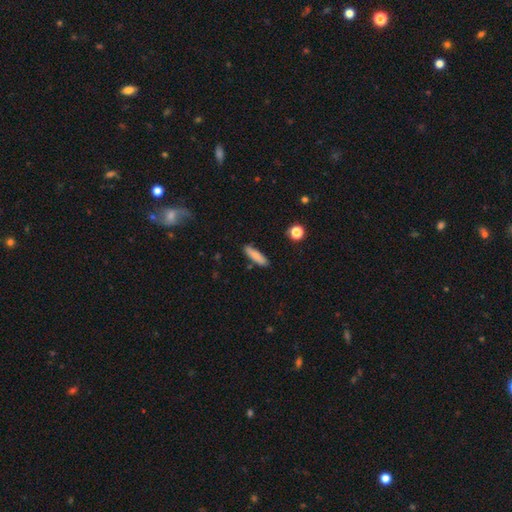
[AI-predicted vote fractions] Q: Smooth or featured?
A: smooth (82%); runner-up: featured or disk (11%)
Q: How rounded?
A: cigar-shaped (71%); runner-up: in between (27%)
Q: Merging?
A: none (83%); runner-up: minor disturbance (12%)